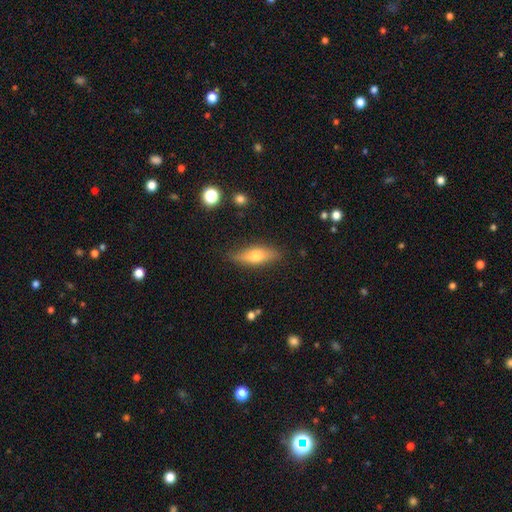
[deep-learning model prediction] This is possibly a smooth galaxy (54%). How rounded: possibly in between (51%). Merging: clearly none (83%).